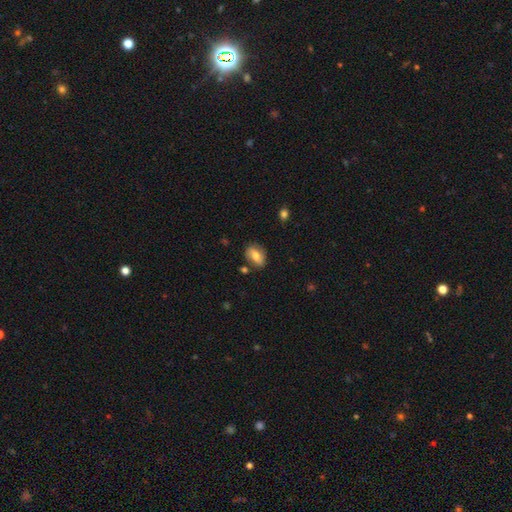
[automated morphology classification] This appears to be a smooth galaxy with no disk features (54%) that is in between round and cigar-shaped (81%). Merging: none (72%).